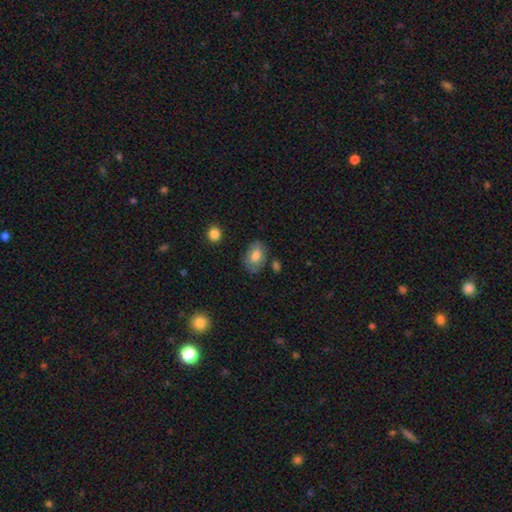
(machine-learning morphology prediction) smooth-or-featured: smooth: 71% | featured or disk: 21% | star or artifact: 7%
  how-rounded: in between: 85% | round: 14% | cigar-shaped: 1%
  merging: none: 71% | minor disturbance: 20% | major disturbance: 5% | merger: 4%